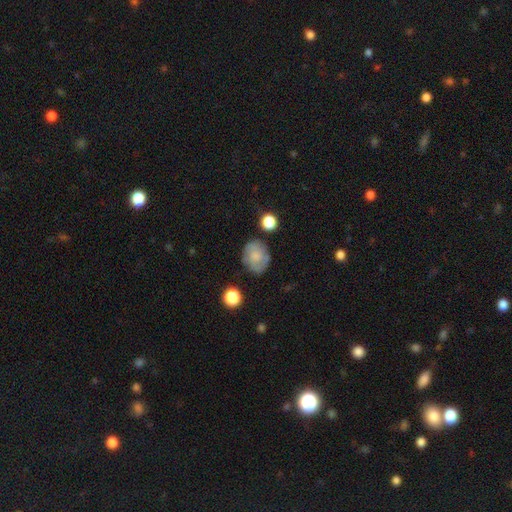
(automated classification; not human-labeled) Smooth or featured: smooth — 57% (featured or disk — 34%)
How rounded: round — 53% (in between — 46%)
Merging: none — 67% (minor disturbance — 21%)